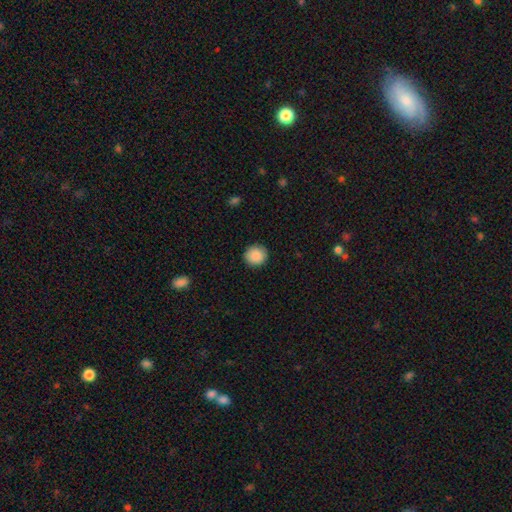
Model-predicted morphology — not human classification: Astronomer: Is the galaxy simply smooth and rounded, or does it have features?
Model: smooth — 89%.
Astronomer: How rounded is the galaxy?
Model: round — 92%.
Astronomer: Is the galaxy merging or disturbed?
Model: none — 91%.